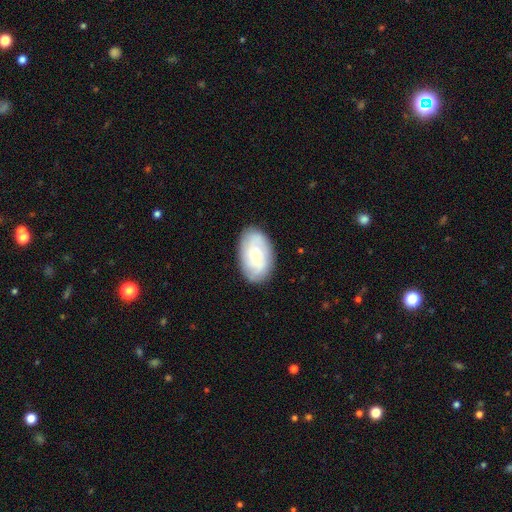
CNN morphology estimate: A featured or disk galaxy (51%). Merging: none (83%).